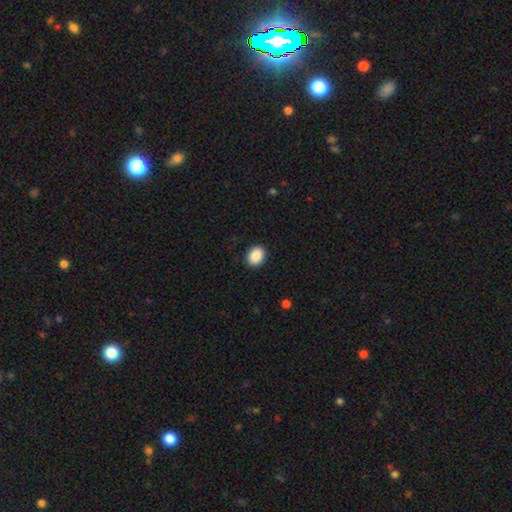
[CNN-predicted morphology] A smooth galaxy with no disk features (90%) that is in between round and cigar-shaped (67%). Merging: none (90%).